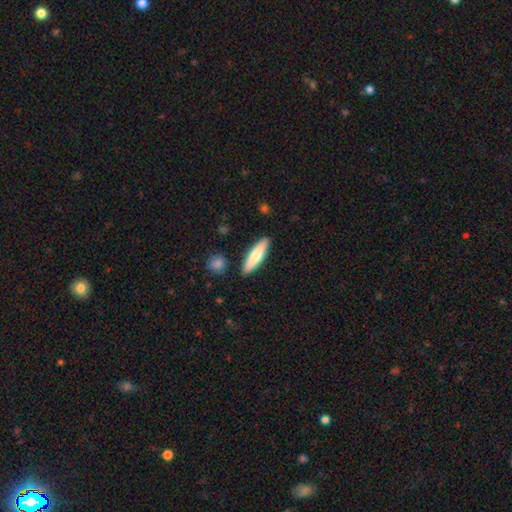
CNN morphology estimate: Smooth or featured?
  - smooth: 67% *
  - featured or disk: 27%
  - star or artifact: 6%
How rounded?
  - cigar-shaped: 69% *
  - in between: 29%
  - round: 2%
Merging?
  - none: 88% *
  - minor disturbance: 8%
  - merger: 2%
  - major disturbance: 2%